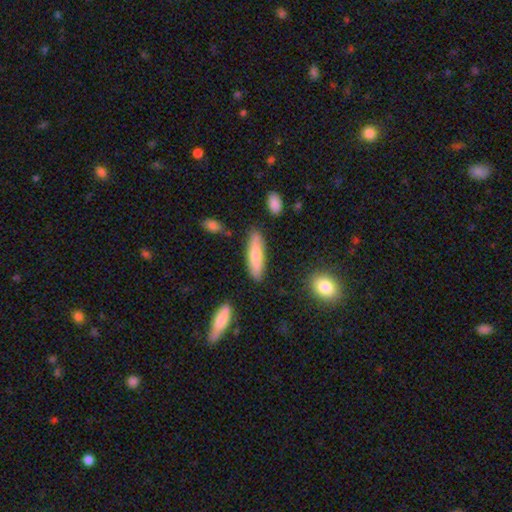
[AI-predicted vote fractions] smooth 70%, featured or disk 24%, star or artifact 6%. Down the decision tree: how rounded — cigar-shaped (68%); merging — none (82%).